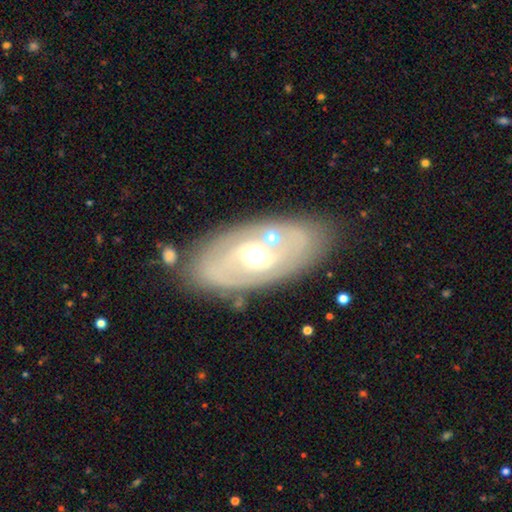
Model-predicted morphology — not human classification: featured or disk 72%, smooth 22%, star or artifact 6%. Down the decision tree: edge-on disk — no (91%); bar — no (57%); spiral arms — yes (61%); bulge size — moderate (70%); merging — none (76%).